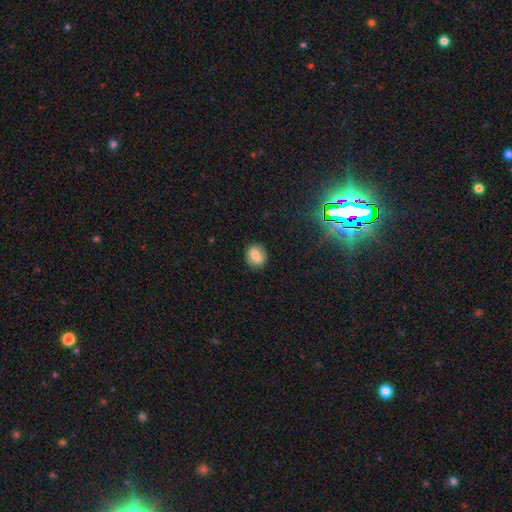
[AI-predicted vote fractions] smooth 75%, featured or disk 15%, star or artifact 10%. Down the decision tree: how rounded — round (70%); merging — none (86%).